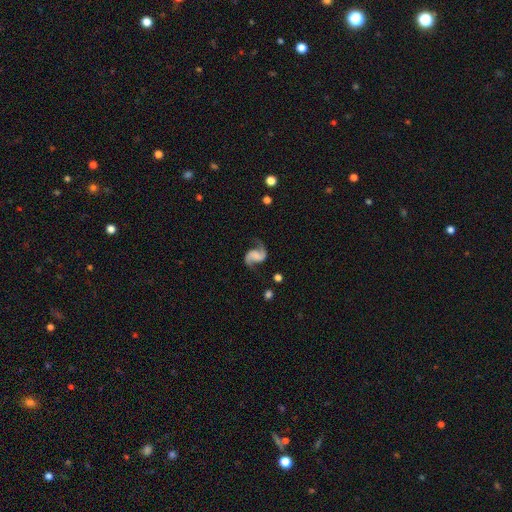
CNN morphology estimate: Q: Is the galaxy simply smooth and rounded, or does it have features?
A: featured or disk — 89%.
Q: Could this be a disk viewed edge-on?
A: no — 98%.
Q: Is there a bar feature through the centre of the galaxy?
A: no — 48%.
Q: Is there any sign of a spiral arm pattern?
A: yes — 98%.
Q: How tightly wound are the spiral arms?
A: loose — 56%.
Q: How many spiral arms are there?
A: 2 — 94%.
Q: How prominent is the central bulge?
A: none — 64%.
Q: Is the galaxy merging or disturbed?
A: none — 76%.